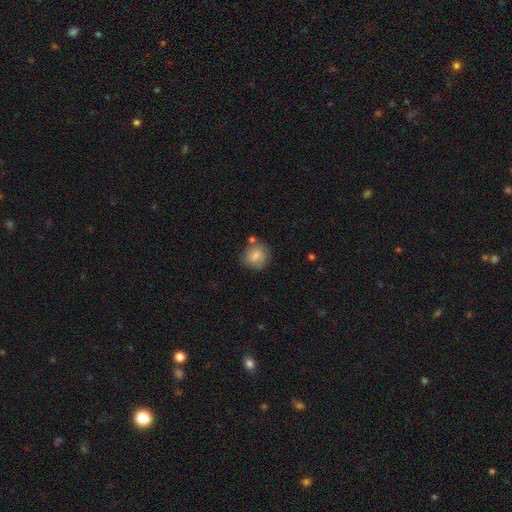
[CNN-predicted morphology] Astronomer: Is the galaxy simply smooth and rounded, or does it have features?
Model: smooth — 80%.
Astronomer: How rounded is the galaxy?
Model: round — 82%.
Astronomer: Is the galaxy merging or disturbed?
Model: none — 72%.